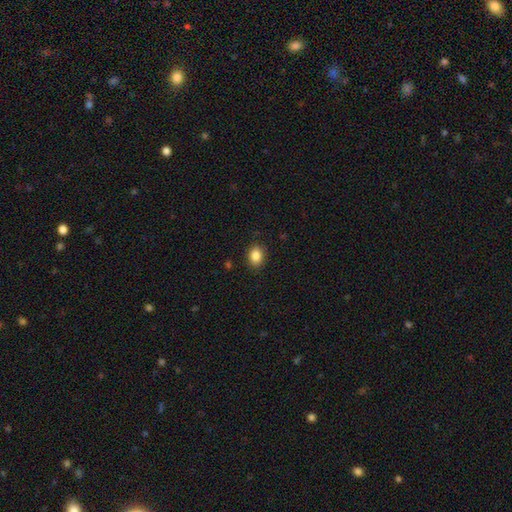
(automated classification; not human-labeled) Q: Smooth or featured?
A: smooth (86%); runner-up: star or artifact (9%)
Q: How rounded?
A: in between (61%); runner-up: round (38%)
Q: Merging?
A: none (88%); runner-up: minor disturbance (9%)